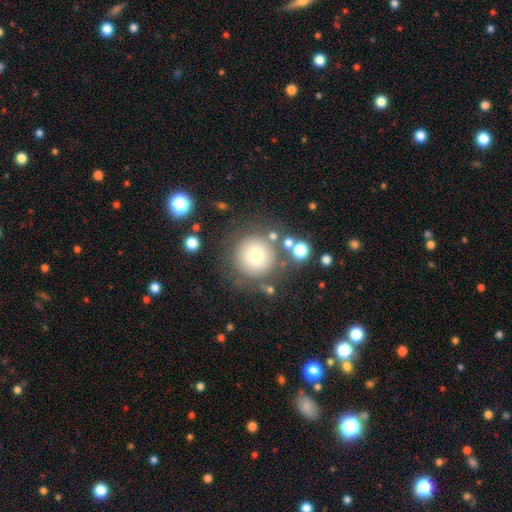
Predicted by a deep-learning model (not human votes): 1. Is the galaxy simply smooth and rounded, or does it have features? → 70% smooth, 17% featured or disk, 13% star or artifact.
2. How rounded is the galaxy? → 95% round, 4% in between, 1% cigar-shaped.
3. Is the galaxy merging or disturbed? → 78% none, 11% minor disturbance, 6% major disturbance, 5% merger.